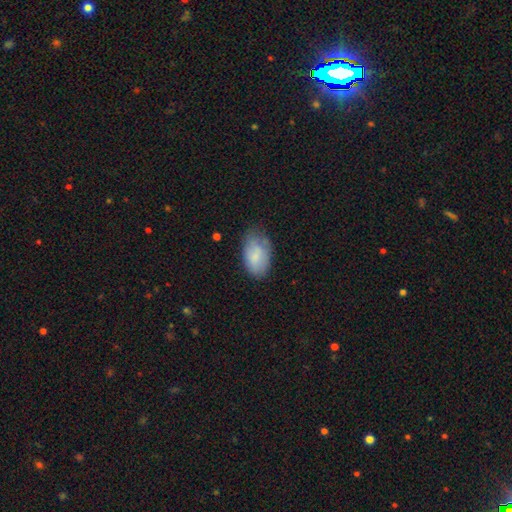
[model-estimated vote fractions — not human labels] Overall: smooth (81%). How rounded: in between (94%). Merging: none (60%; minor disturbance 31%).